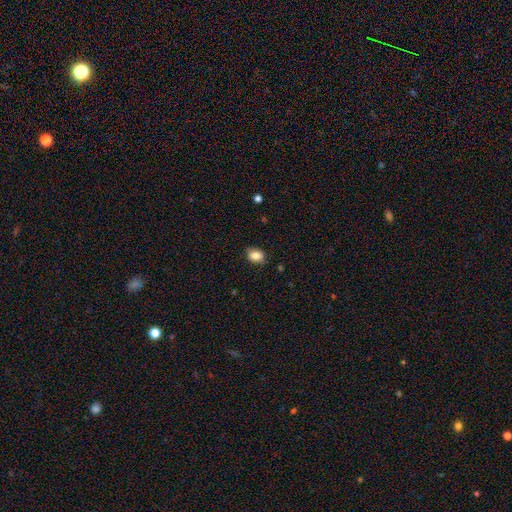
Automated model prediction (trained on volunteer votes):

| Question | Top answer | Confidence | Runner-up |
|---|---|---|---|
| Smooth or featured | smooth | 83% | star or artifact (9%) |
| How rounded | in between | 68% | round (31%) |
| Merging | none | 82% | minor disturbance (14%) |